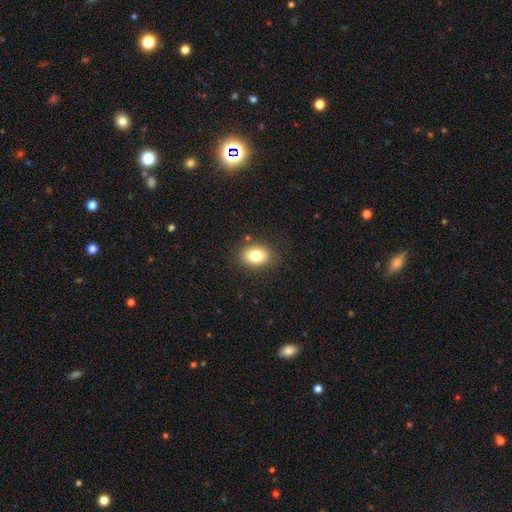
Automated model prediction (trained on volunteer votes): smooth-or-featured: smooth: 81% | featured or disk: 10% | star or artifact: 10%
  how-rounded: in between: 69% | round: 30% | cigar-shaped: 1%
  merging: none: 84% | minor disturbance: 11% | major disturbance: 3% | merger: 2%